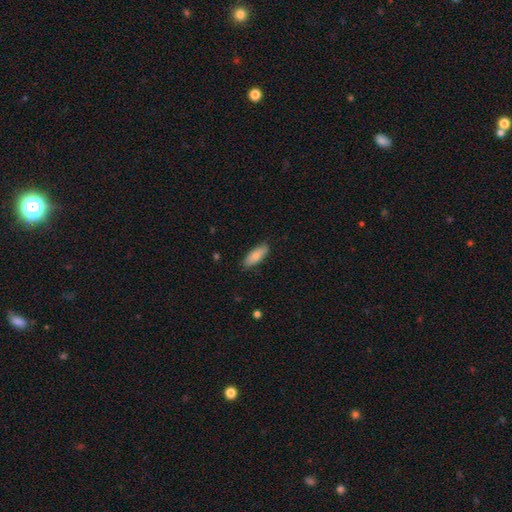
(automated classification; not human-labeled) A smooth galaxy with no disk features (83%) that is in between round and cigar-shaped (72%). Merging: none (85%).